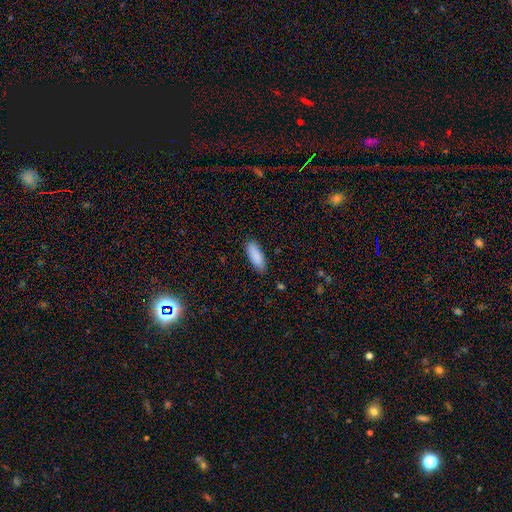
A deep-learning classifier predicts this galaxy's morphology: Smooth or featured? Predicted: smooth (p=0.89). How rounded? Predicted: in between (p=0.71). Merging? Predicted: none (p=0.85).